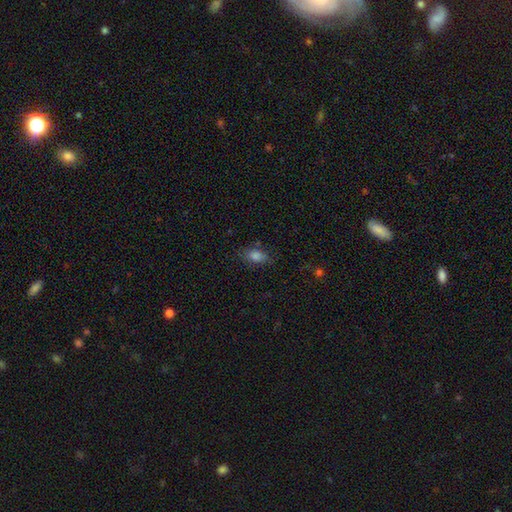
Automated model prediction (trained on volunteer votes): smooth_or_featured: smooth (p=0.82) [alt: star or artifact p=0.11]
how_rounded: in between (p=0.85) [alt: round p=0.10]
merging: none (p=0.76) [alt: minor disturbance p=0.17]